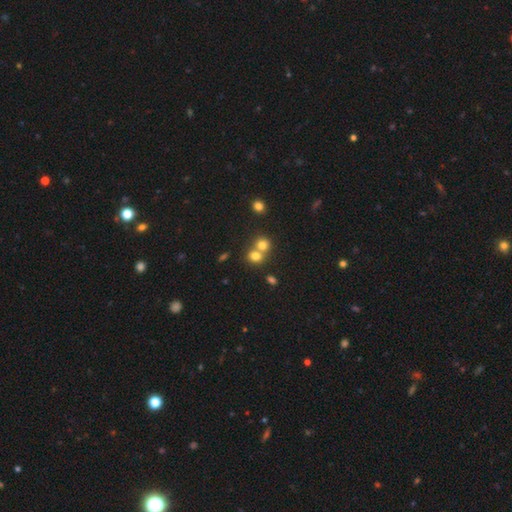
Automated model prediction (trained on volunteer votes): Smooth or featured: smooth — 75% (star or artifact — 14%)
How rounded: round — 75% (in between — 24%)
Merging: merger — 53% (none — 39%)